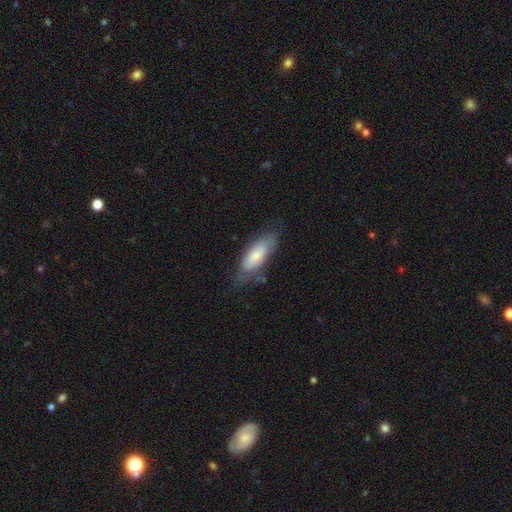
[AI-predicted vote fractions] This is likely a smooth galaxy (64%). How rounded: likely in between (73%). Merging: possibly none (58%).